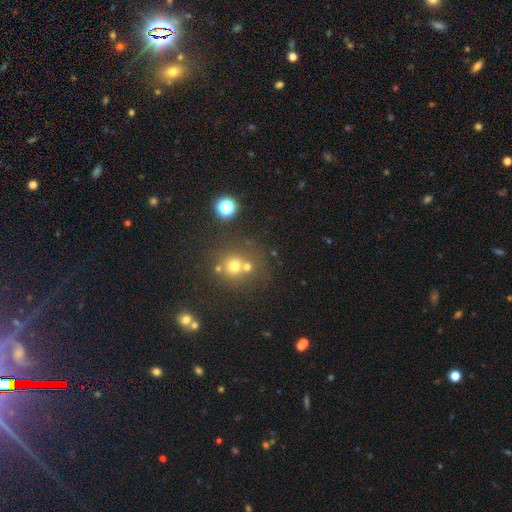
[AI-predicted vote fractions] Morphology: type=smooth (44%, tied with star or artifact); merging=none (67%).